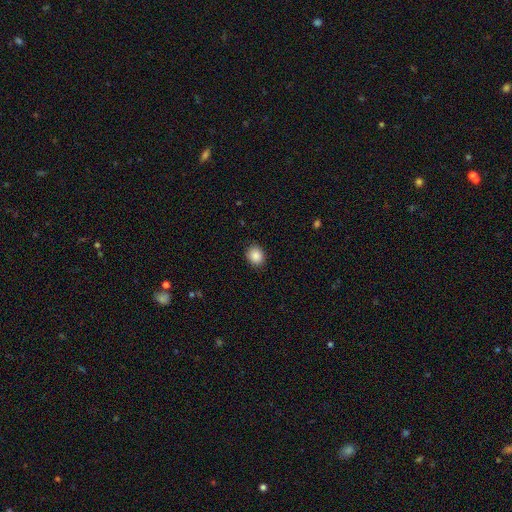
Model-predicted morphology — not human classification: smooth-or-featured: smooth: 88% | star or artifact: 8% | featured or disk: 4%
  how-rounded: round: 54% | in between: 46% | cigar-shaped: 1%
  merging: none: 89% | minor disturbance: 8% | major disturbance: 2% | merger: 1%